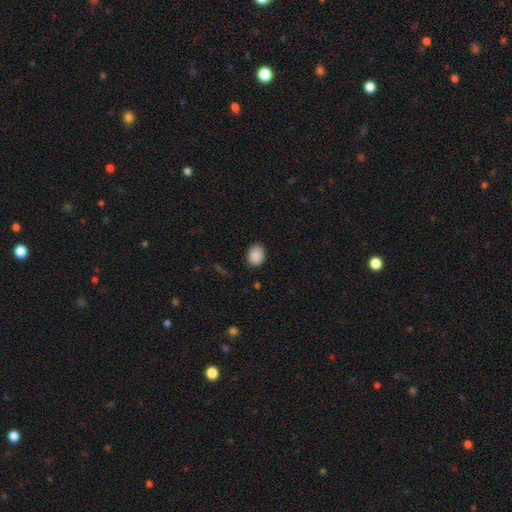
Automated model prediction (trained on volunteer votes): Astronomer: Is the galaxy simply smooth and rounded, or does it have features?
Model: smooth — 89%.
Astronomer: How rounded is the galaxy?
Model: in between — 62%.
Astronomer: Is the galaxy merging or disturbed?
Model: none — 82%.